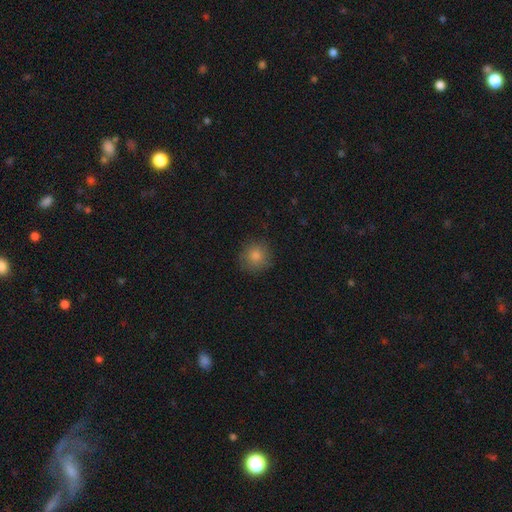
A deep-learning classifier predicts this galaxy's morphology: smooth_or_featured: smooth (p=0.83) [alt: star or artifact p=0.10]
how_rounded: round (p=0.93) [alt: in between p=0.06]
merging: none (p=0.86) [alt: minor disturbance p=0.10]